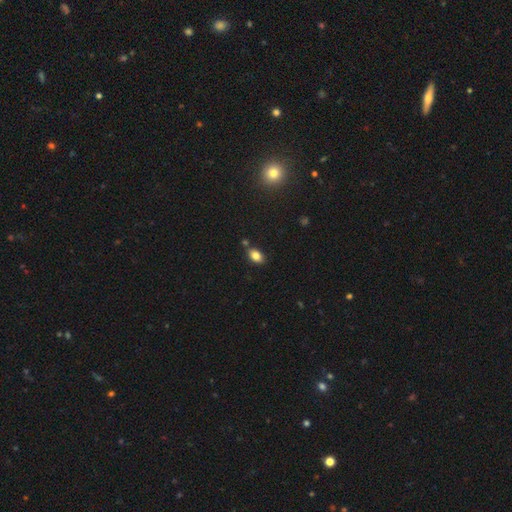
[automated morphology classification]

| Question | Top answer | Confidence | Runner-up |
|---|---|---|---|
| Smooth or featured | smooth | 81% | star or artifact (10%) |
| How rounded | in between | 88% | round (10%) |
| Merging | none | 77% | minor disturbance (13%) |